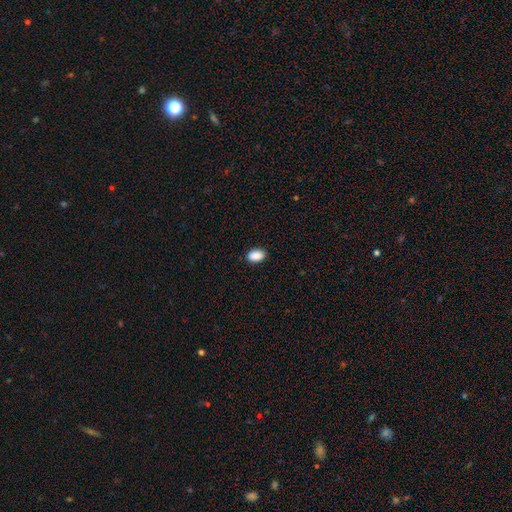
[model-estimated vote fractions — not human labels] A smooth galaxy with no disk features (90%) that is in between round and cigar-shaped (88%). Merging: none (89%).